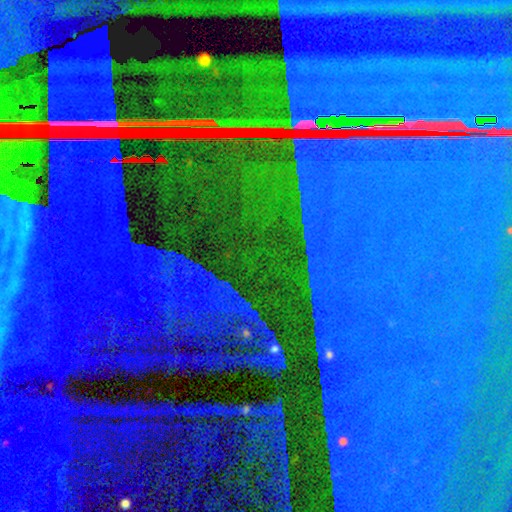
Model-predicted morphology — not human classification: This appears to be a star or artifact, not a galaxy (90%).